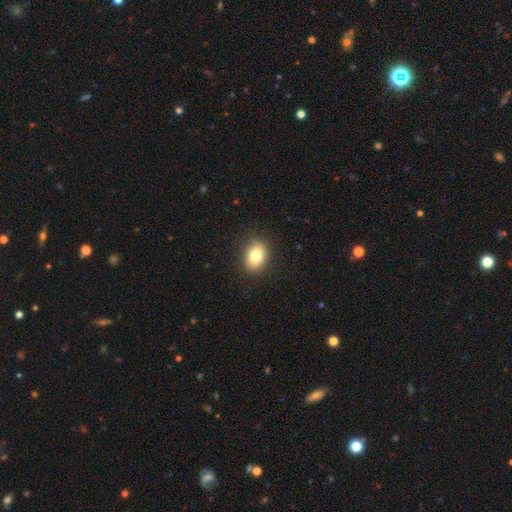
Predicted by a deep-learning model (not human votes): The model was most divided on "how rounded": in between: 73%, round: 26%, cigar-shaped: 1%. More confident: merging — none (87%); smooth or featured — smooth (81%).